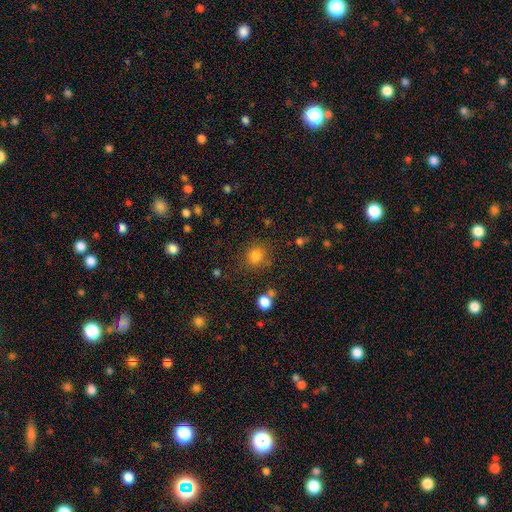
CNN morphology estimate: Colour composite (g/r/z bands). It shows a smooth galaxy with no disk features (81%) that is round (82%). Merging: none (78%).